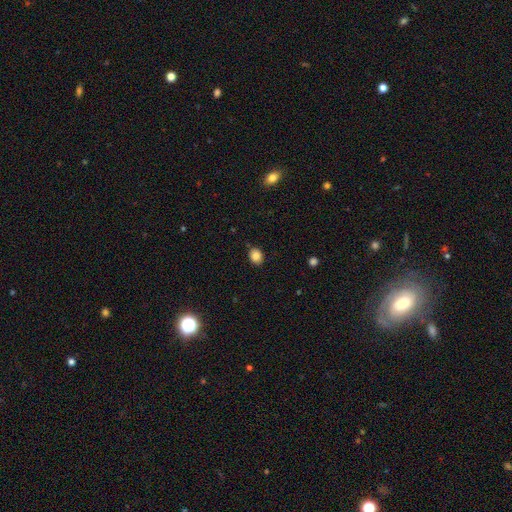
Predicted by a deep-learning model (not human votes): Smooth or featured? Predicted: smooth (p=0.84). How rounded? Predicted: round (p=0.55). Merging? Predicted: none (p=0.81).